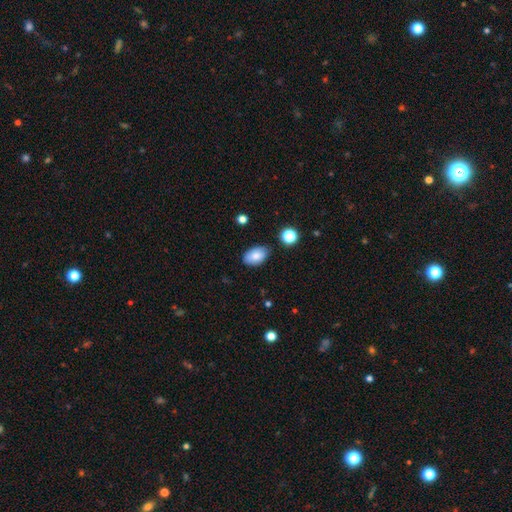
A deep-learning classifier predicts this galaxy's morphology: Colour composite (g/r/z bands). It shows a smooth galaxy with no disk features (83%) that is in between round and cigar-shaped (90%). Merging: none (82%).